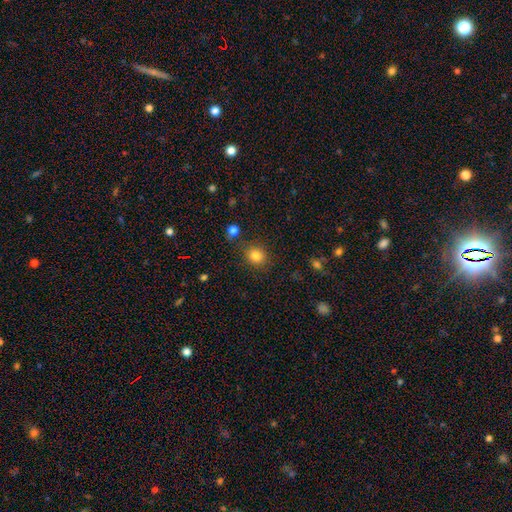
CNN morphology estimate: smooth-or-featured: smooth: 83% | star or artifact: 12% | featured or disk: 6%
  how-rounded: round: 81% | in between: 18% | cigar-shaped: 1%
  merging: none: 84% | minor disturbance: 9% | merger: 4% | major disturbance: 3%